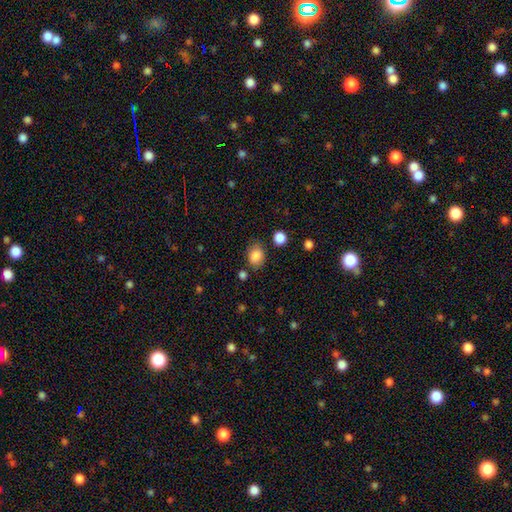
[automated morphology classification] The model was most divided on "how rounded": in between: 59%, round: 40%, cigar-shaped: 1%. More confident: smooth or featured — smooth (86%); merging — none (76%).